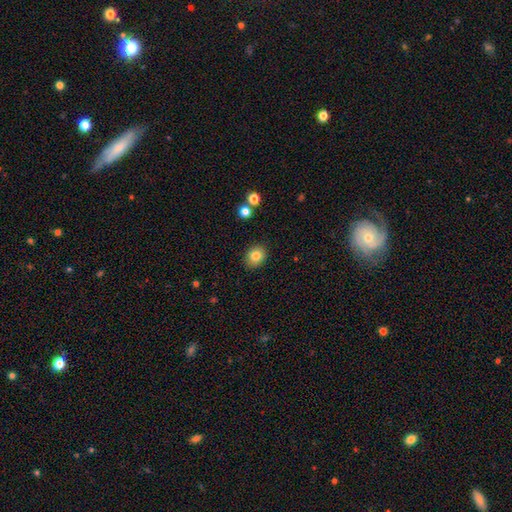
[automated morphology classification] The model was most divided on "how rounded": round: 59%, in between: 40%, cigar-shaped: 1%. More confident: merging — none (89%); smooth or featured — smooth (83%).